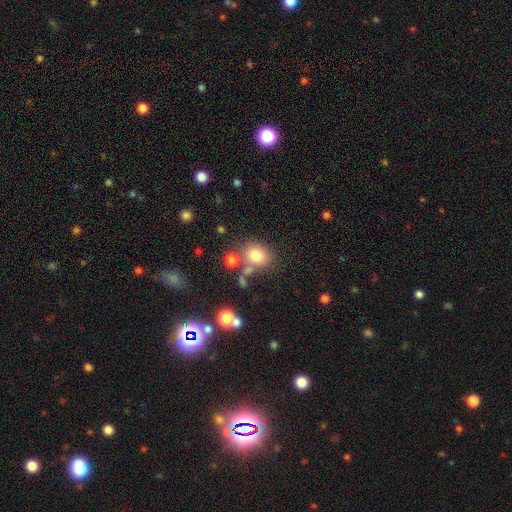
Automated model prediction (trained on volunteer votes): Smooth or featured?
  - smooth: 78% *
  - star or artifact: 12%
  - featured or disk: 10%
How rounded?
  - round: 63% *
  - in between: 36%
  - cigar-shaped: 1%
Merging?
  - none: 62% *
  - merger: 17%
  - minor disturbance: 14%
  - major disturbance: 7%